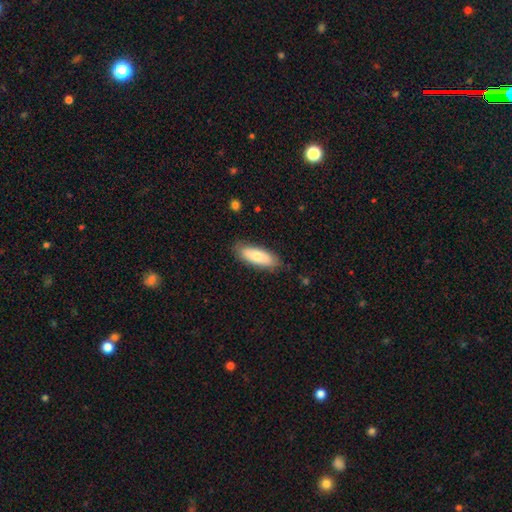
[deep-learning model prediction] Smooth or featured?
  - smooth: 73% *
  - featured or disk: 21%
  - star or artifact: 6%
How rounded?
  - in between: 71% *
  - cigar-shaped: 27%
  - round: 2%
Merging?
  - none: 82% *
  - minor disturbance: 14%
  - major disturbance: 3%
  - merger: 1%